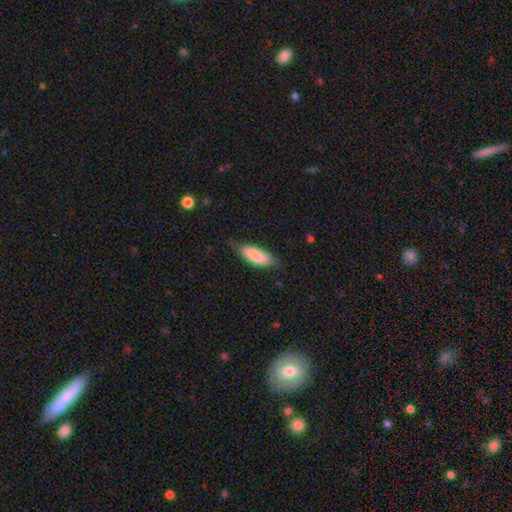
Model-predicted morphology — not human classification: Smooth or featured?
  - smooth: 82% *
  - featured or disk: 12%
  - star or artifact: 6%
How rounded?
  - in between: 72% *
  - cigar-shaped: 26%
  - round: 2%
Merging?
  - none: 64% *
  - minor disturbance: 28%
  - major disturbance: 7%
  - merger: 1%